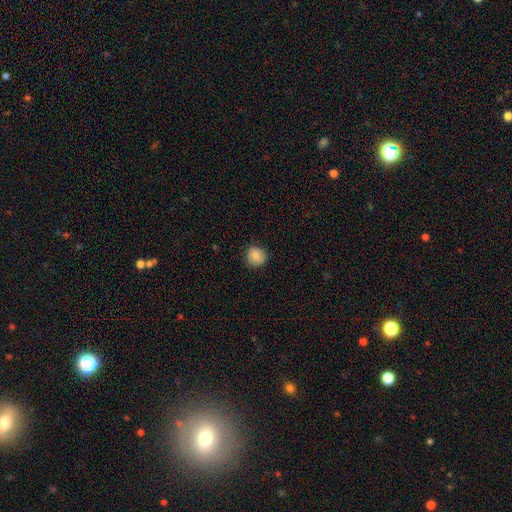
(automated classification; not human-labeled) Smooth or featured: smooth — 86% (star or artifact — 8%)
How rounded: round — 89% (in between — 11%)
Merging: none — 86% (minor disturbance — 11%)